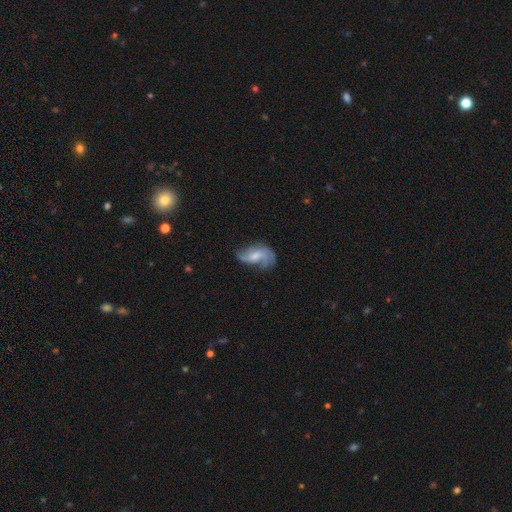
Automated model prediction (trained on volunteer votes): This is likely a featured or disk galaxy (67%). It is clearly not viewed edge-on (96%). Bar: possibly weak (46%). Spiral arm pattern: clearly yes (86%). Spiral arm count: possibly 2 (53%). Spiral winding: possibly loose (57%). Central bulge: marginally moderate (43%). Merging: possibly none (46%).